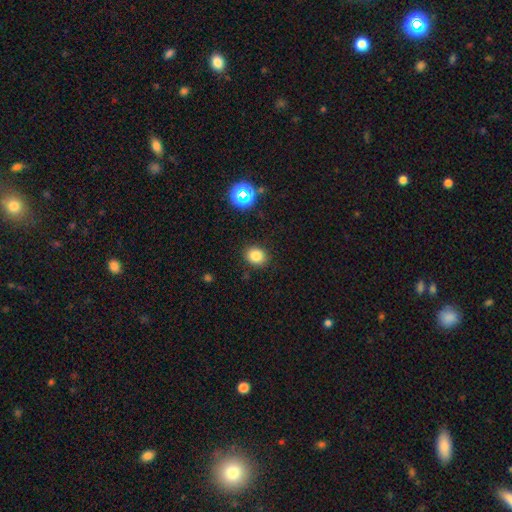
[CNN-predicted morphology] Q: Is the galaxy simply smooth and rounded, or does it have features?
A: smooth — 81%.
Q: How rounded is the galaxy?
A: round — 60%.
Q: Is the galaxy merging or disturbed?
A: none — 88%.